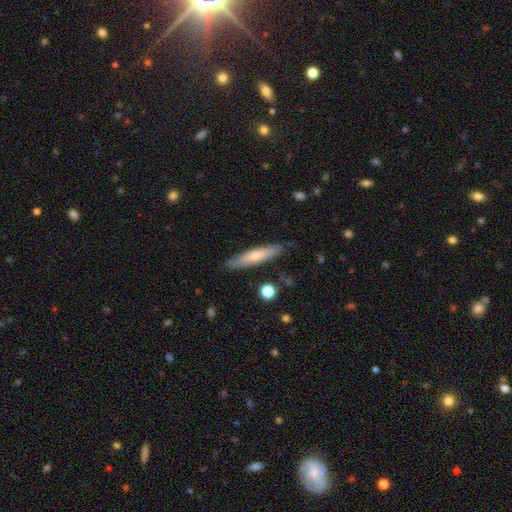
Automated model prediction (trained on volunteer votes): smooth-or-featured: smooth: 60% | featured or disk: 33% | star or artifact: 6%
  how-rounded: cigar-shaped: 84% | in between: 14% | round: 1%
  merging: none: 83% | minor disturbance: 13% | major disturbance: 2% | merger: 2%